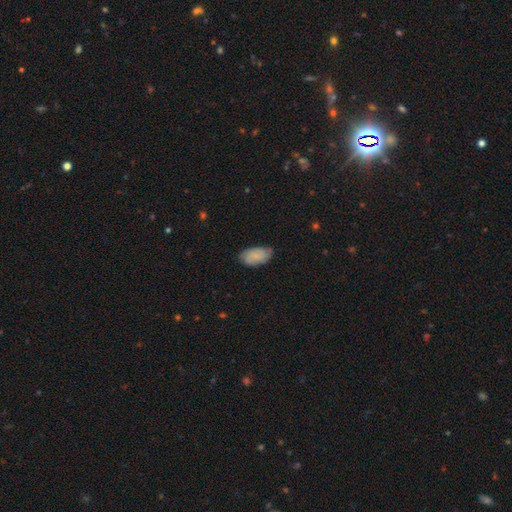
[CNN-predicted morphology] A smooth galaxy with no disk features (67%) that is in between round and cigar-shaped (93%). Merging: none (69%).